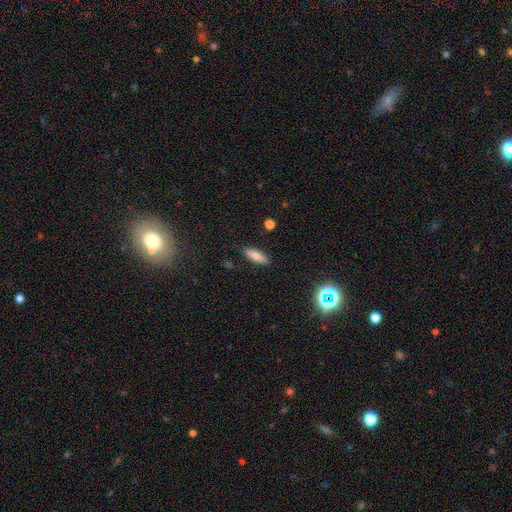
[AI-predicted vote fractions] Smooth or featured?
  - smooth: 82% *
  - featured or disk: 10%
  - star or artifact: 8%
How rounded?
  - in between: 60% *
  - cigar-shaped: 38%
  - round: 2%
Merging?
  - none: 87% *
  - minor disturbance: 9%
  - major disturbance: 2%
  - merger: 1%